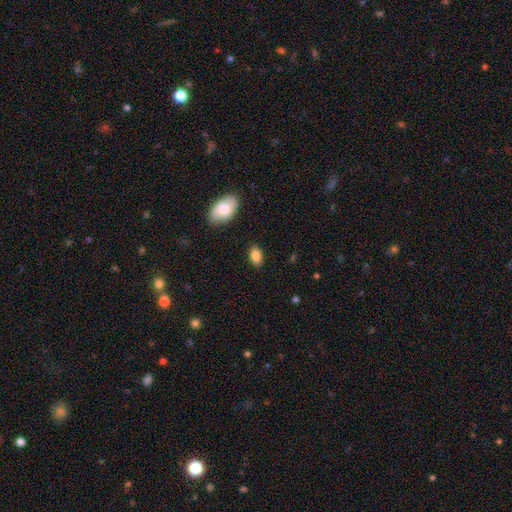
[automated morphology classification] smooth 84%, featured or disk 8%, star or artifact 8%. Down the decision tree: how rounded — in between (91%); merging — none (86%).